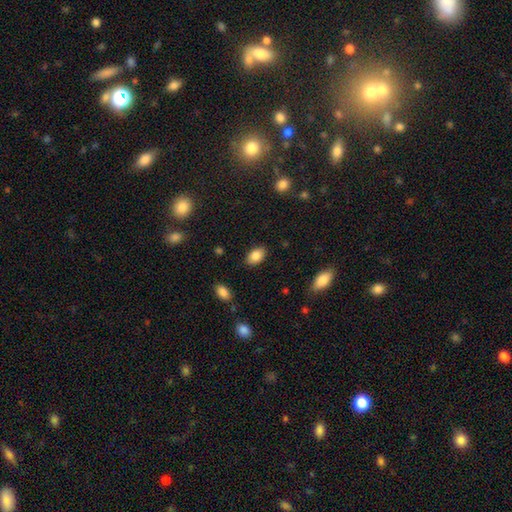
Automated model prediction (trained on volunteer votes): smooth-or-featured: smooth: 85% | star or artifact: 8% | featured or disk: 7%
  how-rounded: in between: 87% | round: 11% | cigar-shaped: 1%
  merging: none: 85% | minor disturbance: 11% | major disturbance: 3% | merger: 1%